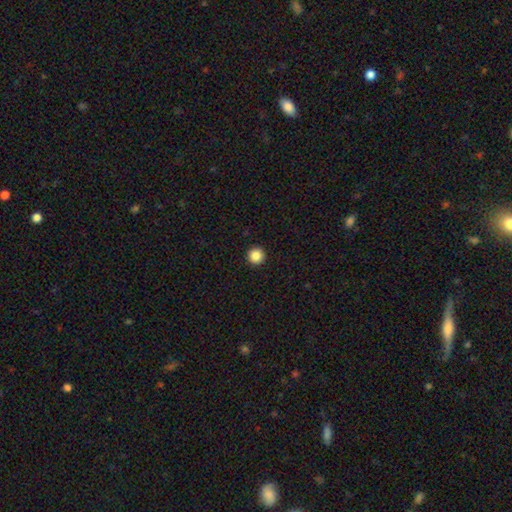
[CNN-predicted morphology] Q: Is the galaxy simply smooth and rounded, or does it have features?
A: smooth — 86%.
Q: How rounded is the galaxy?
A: round — 97%.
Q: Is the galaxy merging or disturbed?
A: none — 94%.